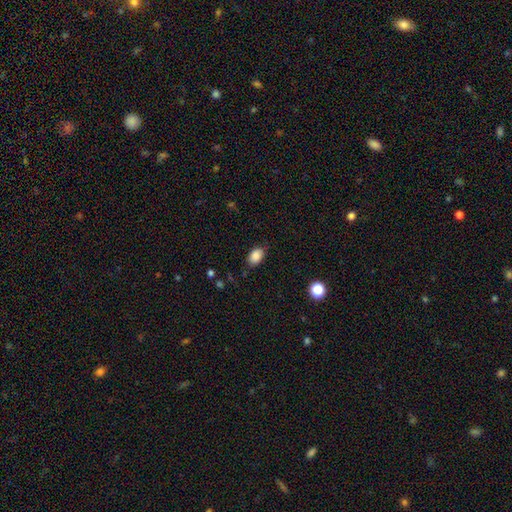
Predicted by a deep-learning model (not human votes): A smooth galaxy with no disk features (87%) that is in between round and cigar-shaped (84%). Merging: none (79%).